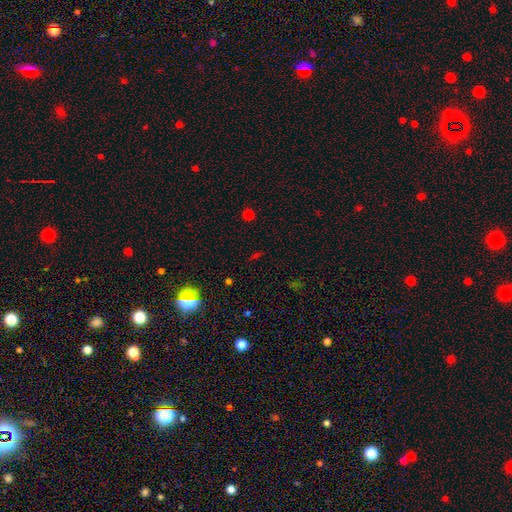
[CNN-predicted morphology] Q: Smooth or featured?
A: star or artifact (59%); runner-up: smooth (31%)